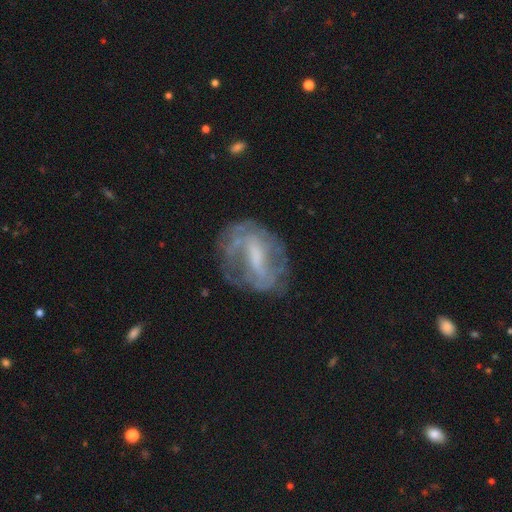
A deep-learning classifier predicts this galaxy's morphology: Q: Smooth or featured?
A: featured or disk (70%); runner-up: smooth (21%)
Q: Edge-on disk?
A: no (95%); runner-up: yes (5%)
Q: Bar?
A: weak (42%); runner-up: strong (36%)
Q: Spiral arms?
A: yes (59%); runner-up: no (41%)
Q: Bulge size?
A: moderate (33%); runner-up: small (31%)
Q: Merging?
A: none (61%); runner-up: minor disturbance (20%)